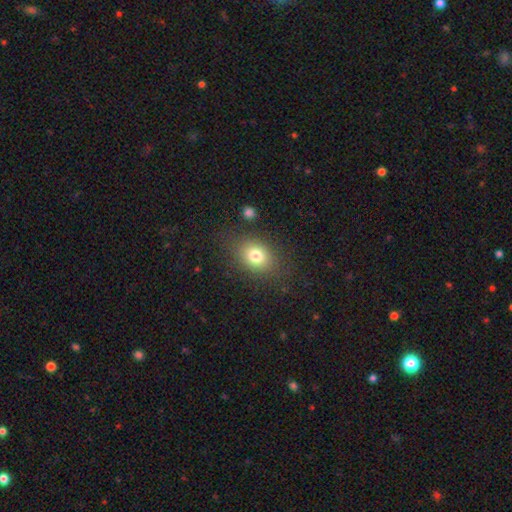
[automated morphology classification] Smooth or featured?
  - smooth: 77% *
  - star or artifact: 12%
  - featured or disk: 11%
How rounded?
  - in between: 58% *
  - round: 41%
  - cigar-shaped: 1%
Merging?
  - none: 80% *
  - minor disturbance: 12%
  - major disturbance: 6%
  - merger: 3%